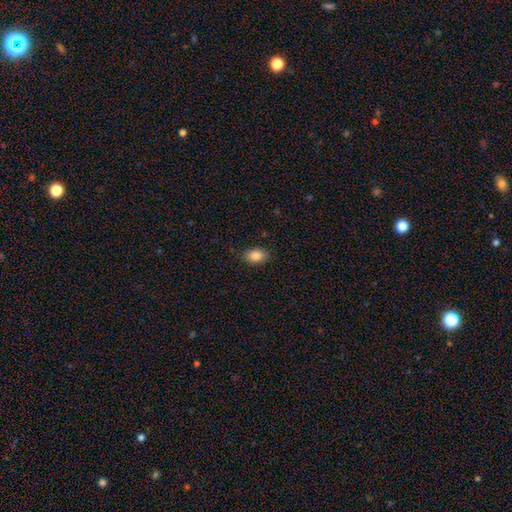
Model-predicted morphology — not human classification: Smooth or featured? smooth (86%)
How rounded? in between (86%)
Merging? none (86%)